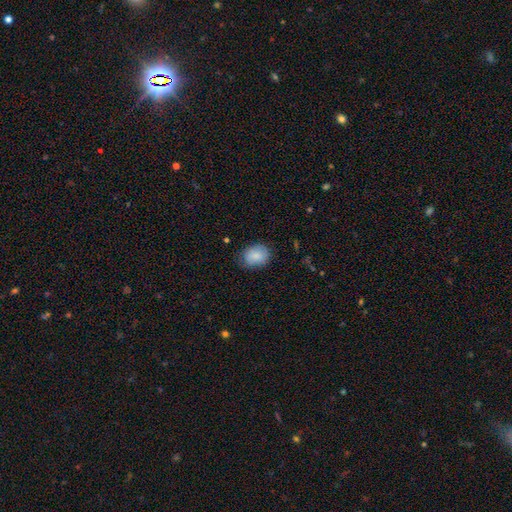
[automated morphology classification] Q: Smooth or featured?
A: smooth (86%); runner-up: featured or disk (8%)
Q: How rounded?
A: in between (60%); runner-up: round (39%)
Q: Merging?
A: none (75%); runner-up: minor disturbance (20%)